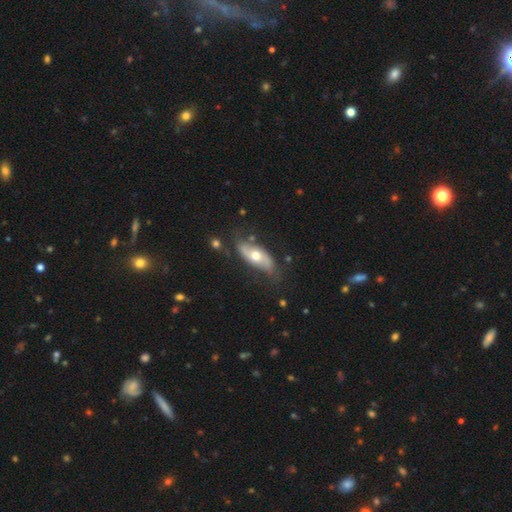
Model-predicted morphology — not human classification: featured or disk 58%, smooth 37%, star or artifact 5%. Down the decision tree: edge-on disk — no (81%); merging — none (69%).